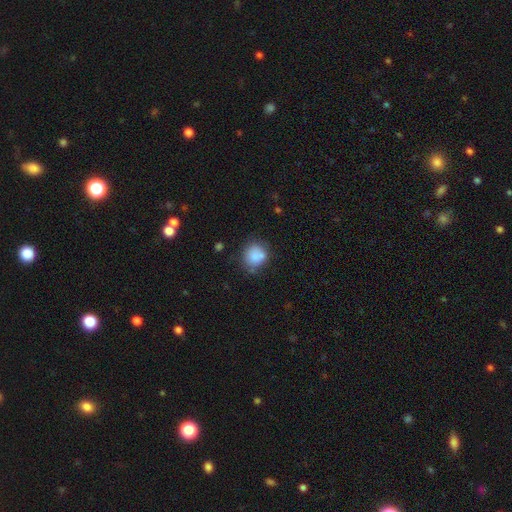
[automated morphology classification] The model was most divided on "merging": none: 59%, minor disturbance: 19%, merger: 16%, major disturbance: 6%. More confident: how rounded — round (81%); smooth or featured — smooth (80%).